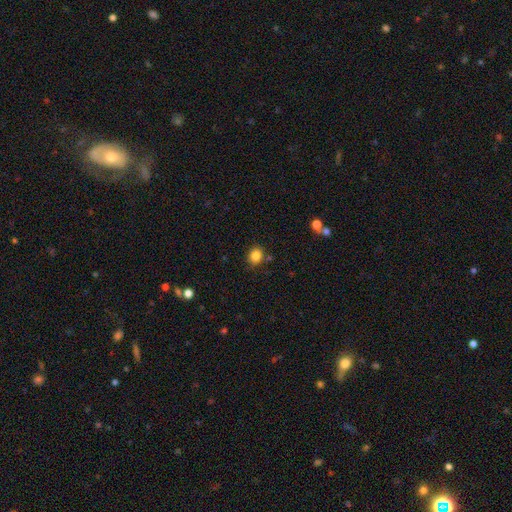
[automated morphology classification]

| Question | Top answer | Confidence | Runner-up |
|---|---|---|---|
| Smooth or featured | smooth | 84% | star or artifact (11%) |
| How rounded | round | 69% | in between (30%) |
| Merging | none | 84% | minor disturbance (9%) |